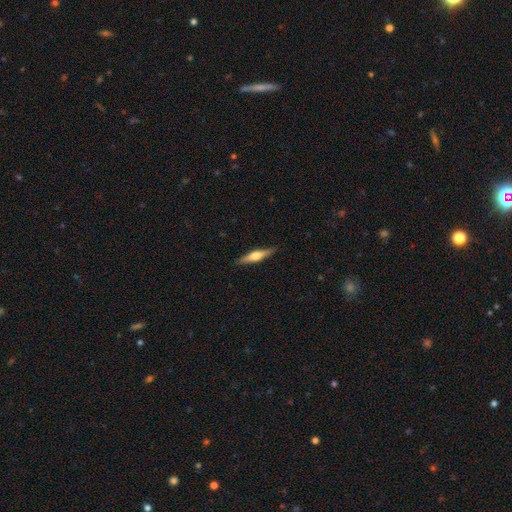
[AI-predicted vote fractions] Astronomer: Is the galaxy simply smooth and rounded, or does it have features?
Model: featured or disk — 58% (runner-up: smooth, 36%).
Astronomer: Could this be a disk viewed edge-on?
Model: yes — 96%.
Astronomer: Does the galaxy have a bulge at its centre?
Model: rounded — 89%.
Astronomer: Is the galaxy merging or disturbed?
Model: none — 89%.